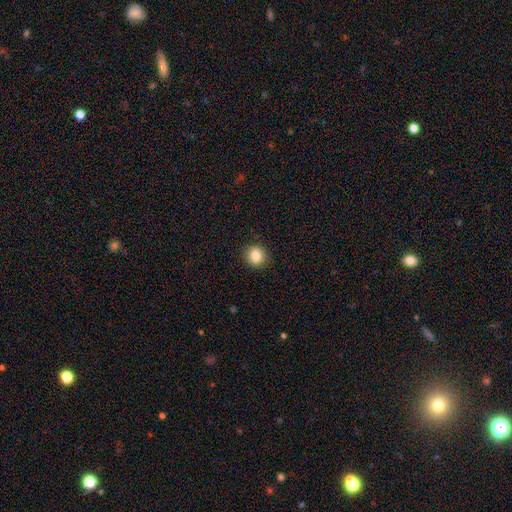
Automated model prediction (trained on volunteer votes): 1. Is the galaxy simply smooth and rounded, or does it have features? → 84% smooth, 10% star or artifact, 6% featured or disk.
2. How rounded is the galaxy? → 83% round, 16% in between, 1% cigar-shaped.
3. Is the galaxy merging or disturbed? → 89% none, 8% minor disturbance, 2% major disturbance, 1% merger.